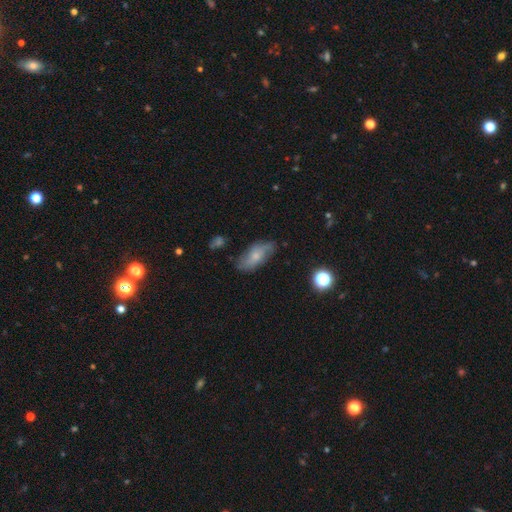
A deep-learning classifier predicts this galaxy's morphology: Smooth or featured?
  - smooth: 50% *
  - featured or disk: 42%
  - star or artifact: 9%
Merging?
  - none: 68% *
  - minor disturbance: 23%
  - major disturbance: 6%
  - merger: 2%